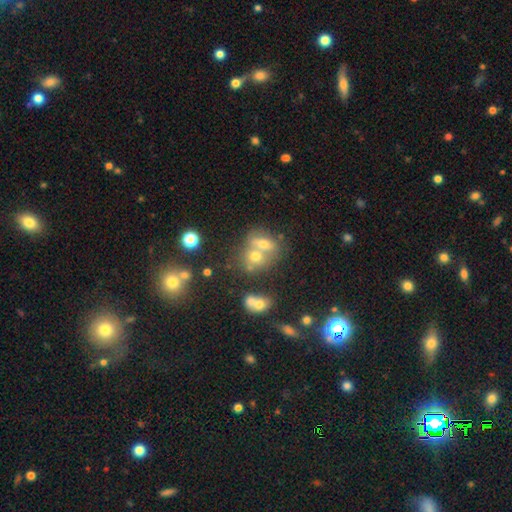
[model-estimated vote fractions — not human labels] A smooth galaxy with no disk features (53%) that is round (61%). Merging: merger (59%).